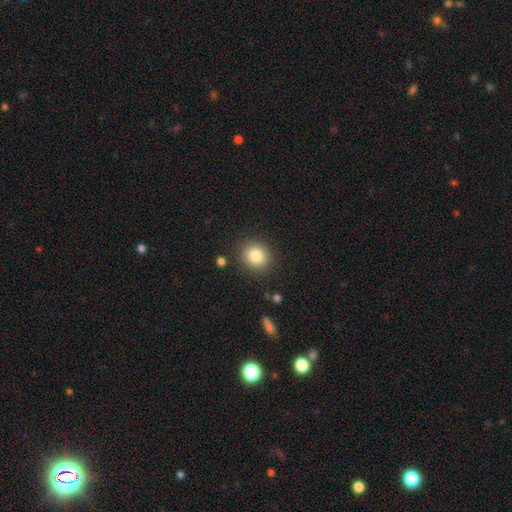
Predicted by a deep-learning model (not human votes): Overall: smooth (83%). How rounded: round (79%). Merging: none (88%).